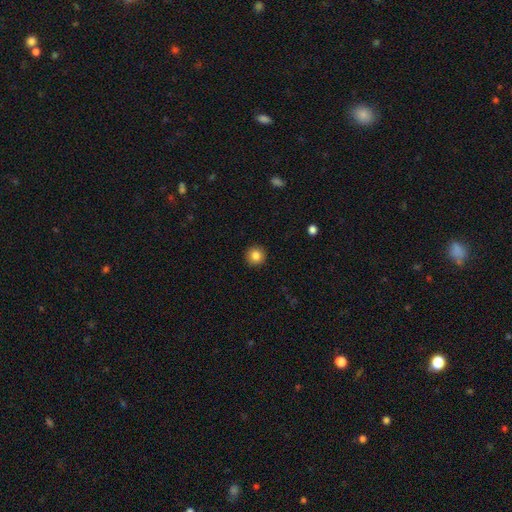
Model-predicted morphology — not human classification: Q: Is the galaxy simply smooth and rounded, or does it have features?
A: smooth — 84%.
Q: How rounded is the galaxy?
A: round — 94%.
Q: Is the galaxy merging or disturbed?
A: none — 92%.